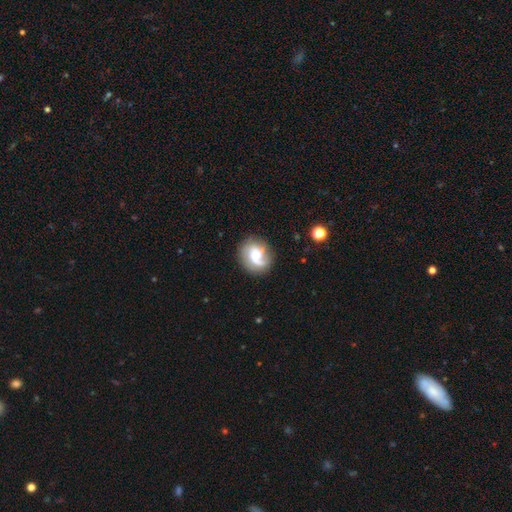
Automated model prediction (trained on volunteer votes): smooth-or-featured: featured or disk: 63% | smooth: 29% | star or artifact: 8%
  disk-edge-on: no: 98% | yes: 2%
    bar: no: 58% | weak: 35% | strong: 7%
    has-spiral-arms: yes: 90% | no: 10%
      spiral-winding: medium: 38% | loose: 36% | tight: 27%
      spiral-arm-count: 1: 51% | 2: 30% | can't tell: 10% | 3: 5% | 4: 2% | more than 4: 2%
    bulge-size: moderate: 41% | small: 25% | large: 19% | none: 10% | dominant: 4%
  merging: none: 68% | minor disturbance: 18% | major disturbance: 11% | merger: 3%